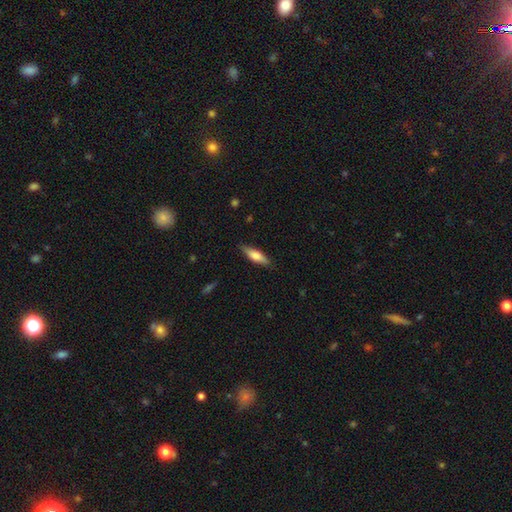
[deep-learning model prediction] The model was most divided on "how rounded": cigar-shaped: 59%, in between: 39%, round: 2%. More confident: merging — none (84%); smooth or featured — smooth (67%).